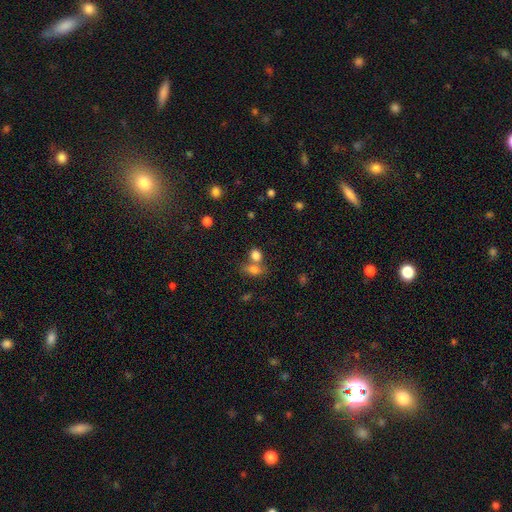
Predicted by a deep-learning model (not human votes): This appears to be a smooth galaxy with no disk features (80%) that is in between round and cigar-shaped (59%). Merging: merger (43%, tied with none).